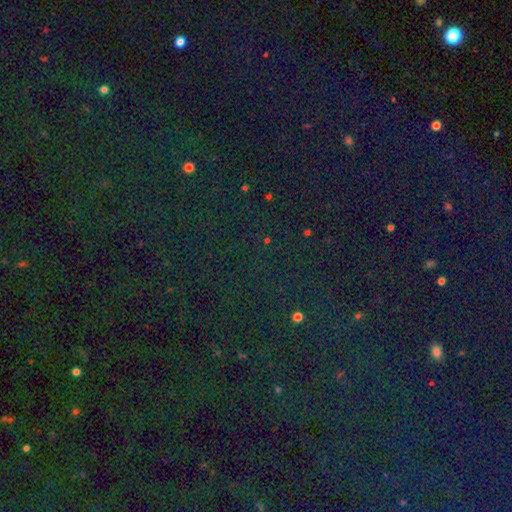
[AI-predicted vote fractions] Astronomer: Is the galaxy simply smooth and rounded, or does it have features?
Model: star or artifact — 81%.